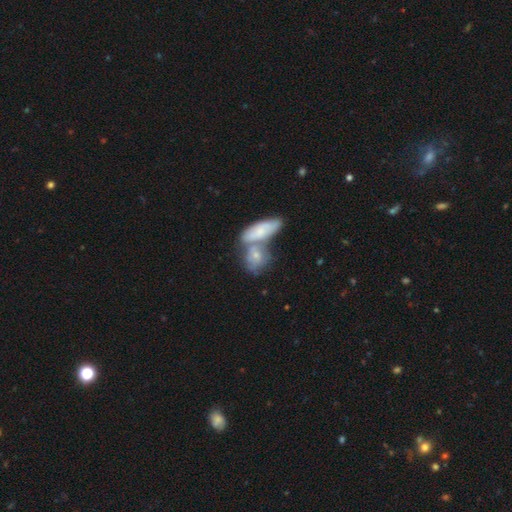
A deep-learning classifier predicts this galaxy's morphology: Overall: smooth (57%; featured or disk 35%). How rounded: in between (65%; round 25%). Merging: merger (58%; none 27%).